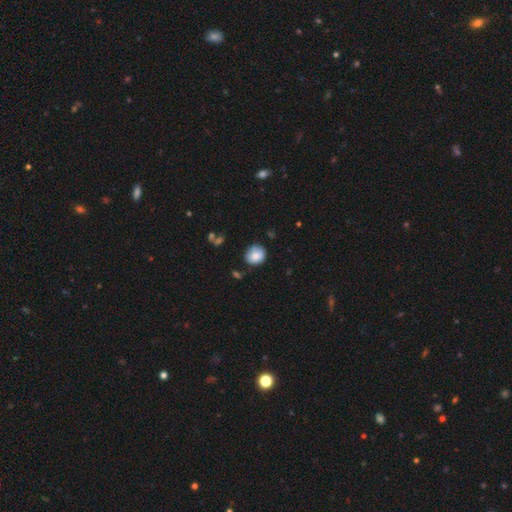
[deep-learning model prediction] This appears to be a smooth galaxy with no disk features (82%) that is round (70%). Merging: none (69%).